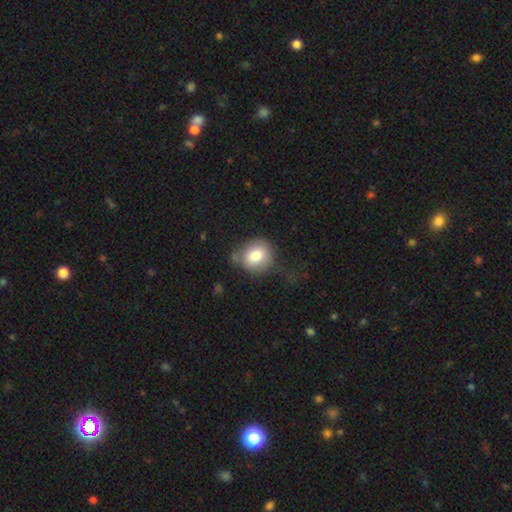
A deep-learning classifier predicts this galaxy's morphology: Smooth or featured?
  - smooth: 78% *
  - featured or disk: 14%
  - star or artifact: 8%
How rounded?
  - round: 68% *
  - in between: 31%
  - cigar-shaped: 1%
Merging?
  - none: 53% *
  - minor disturbance: 30%
  - major disturbance: 14%
  - merger: 3%